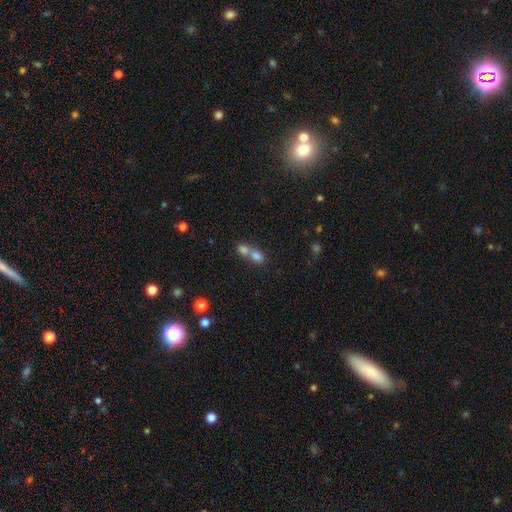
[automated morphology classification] A smooth galaxy with no disk features (76%) that is in between round and cigar-shaped (49%).

Vote fractions:
- Smooth or featured? smooth: 76% / featured or disk: 13% / star or artifact: 11%
- How rounded? in between: 49% / round: 48% / cigar-shaped: 3%
- Merging? merger: 72% / none: 21% / minor disturbance: 5% / major disturbance: 3%